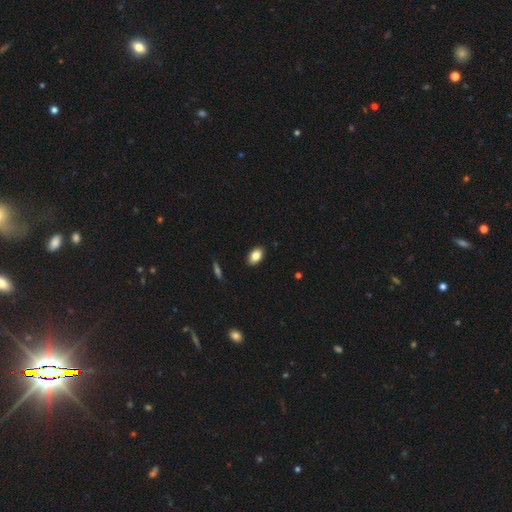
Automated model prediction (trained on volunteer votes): The model was most divided on "smooth or featured": smooth: 84%, star or artifact: 8%, featured or disk: 7%. More confident: merging — none (89%); how rounded — in between (89%).